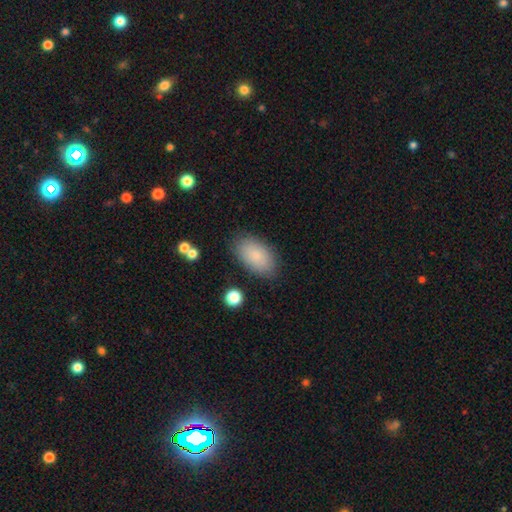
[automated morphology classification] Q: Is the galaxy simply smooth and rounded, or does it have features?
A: smooth — 85%.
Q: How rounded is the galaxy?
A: in between — 94%.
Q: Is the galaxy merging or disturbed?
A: none — 84%.